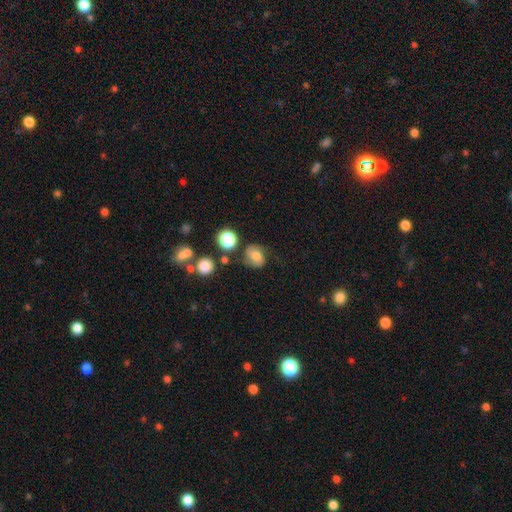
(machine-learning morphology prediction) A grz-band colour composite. It shows a smooth galaxy with no disk features (56%) that is round (58%). Merging: none (62%).